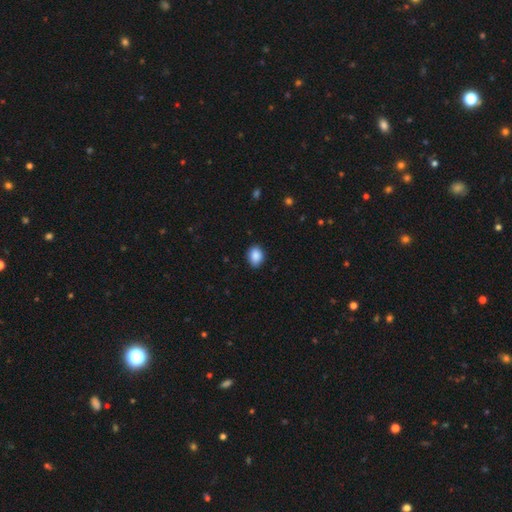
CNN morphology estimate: Smooth or featured? smooth (89%)
How rounded? in between (68%)
Merging? none (87%)